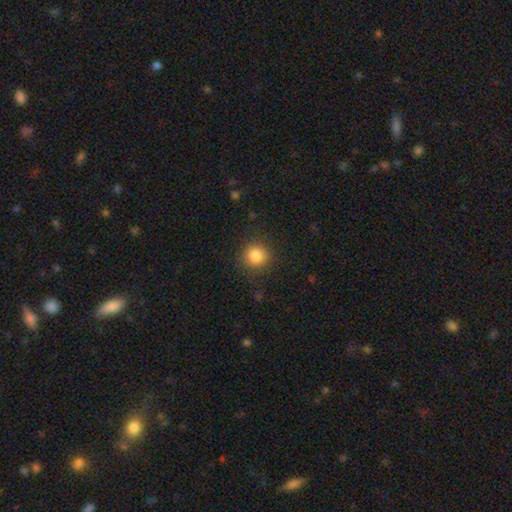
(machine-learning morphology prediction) Smooth or featured: smooth — 85% (star or artifact — 11%)
How rounded: round — 92% (in between — 7%)
Merging: none — 88% (minor disturbance — 8%)